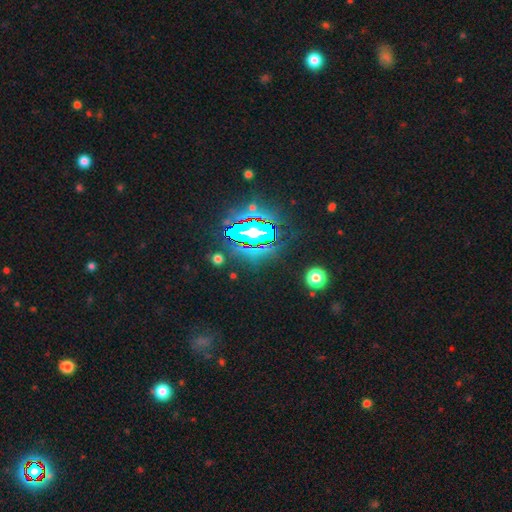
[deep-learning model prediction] A star or artifact, not a galaxy (80%).